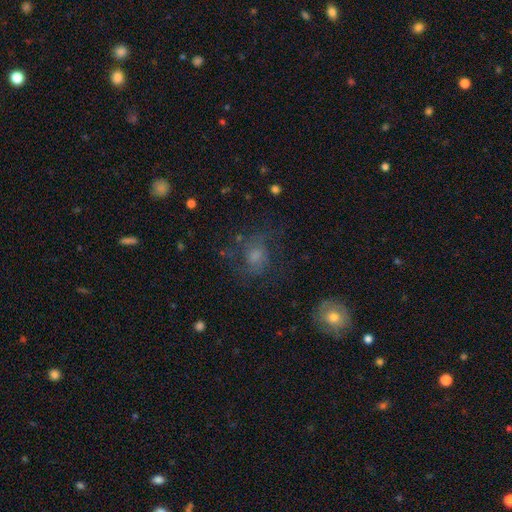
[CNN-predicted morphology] smooth 41%, featured or disk 40%, star or artifact 19%. Down the decision tree: merging — none (57%).